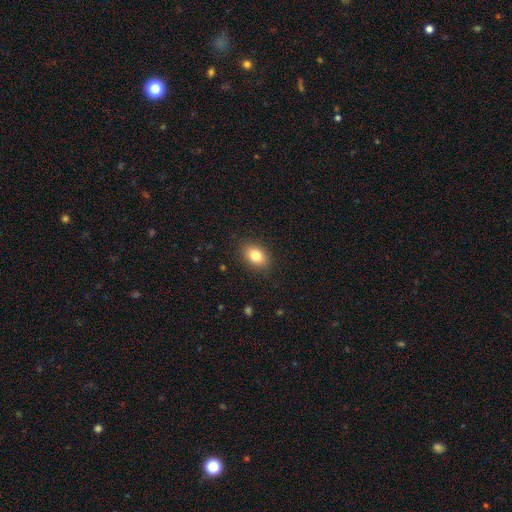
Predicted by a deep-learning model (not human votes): Smooth or featured: smooth — 82% (star or artifact — 9%)
How rounded: in between — 78% (round — 21%)
Merging: none — 88% (minor disturbance — 9%)